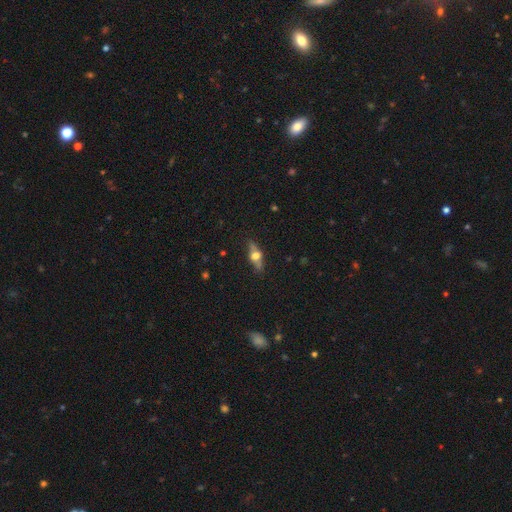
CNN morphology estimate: smooth-or-featured: featured or disk: 59% | smooth: 33% | star or artifact: 8%
  disk-edge-on: yes: 90% | no: 10%
    edge-on-bulge: rounded: 95% | boxy: 4% | none: 1%
  merging: none: 83% | minor disturbance: 12% | major disturbance: 3% | merger: 2%